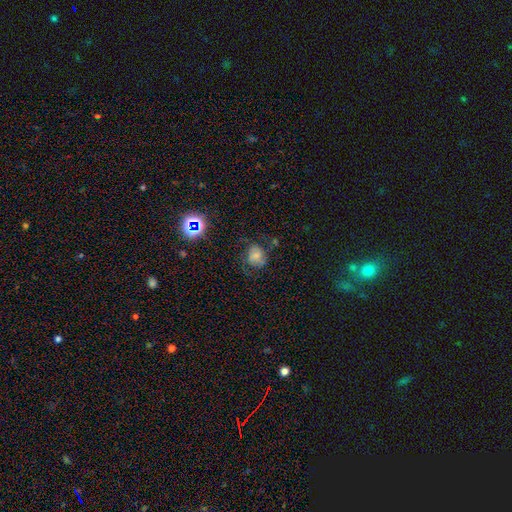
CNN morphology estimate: smooth_or_featured: smooth (p=0.43) [alt: featured or disk p=0.41]
merging: none (p=0.53) [alt: minor disturbance p=0.24]